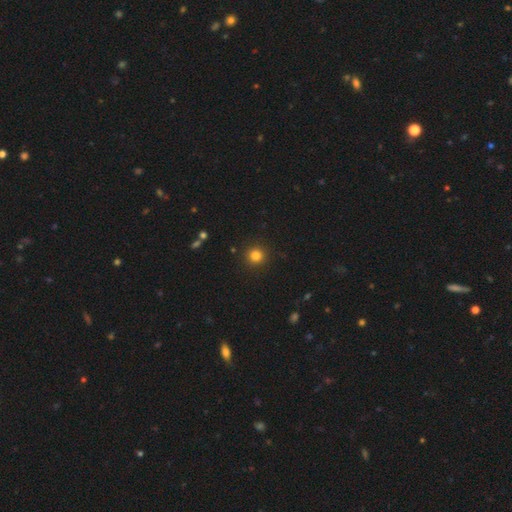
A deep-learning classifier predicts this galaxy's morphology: The model was most divided on "smooth or featured": smooth: 82%, star or artifact: 13%, featured or disk: 5%. More confident: how rounded — round (94%); merging — none (91%).